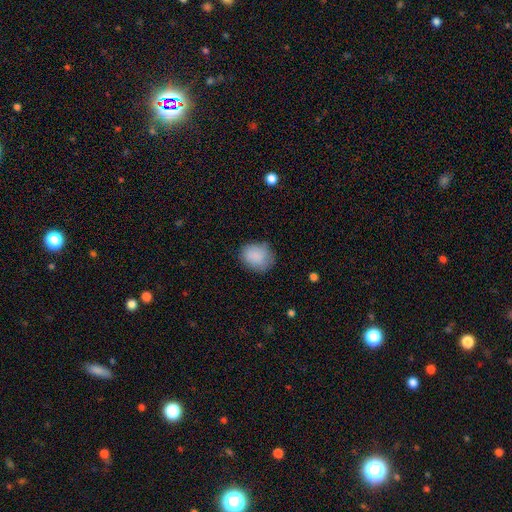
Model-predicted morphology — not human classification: This is clearly a smooth galaxy (86%). How rounded: likely round (63%). Merging: likely none (71%).